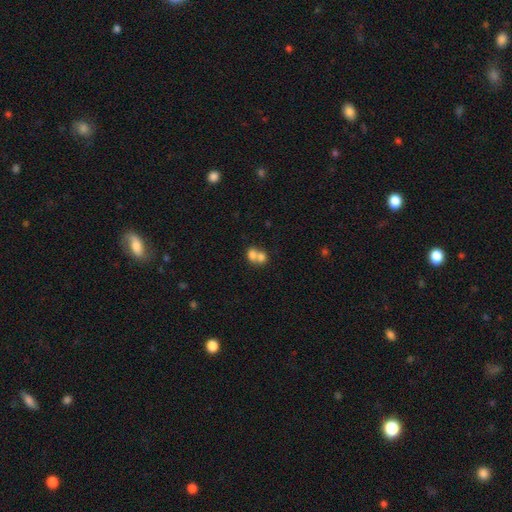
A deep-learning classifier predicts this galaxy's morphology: Q: Smooth or featured?
A: smooth (71%); runner-up: featured or disk (19%)
Q: How rounded?
A: round (51%); runner-up: in between (48%)
Q: Merging?
A: merger (73%); runner-up: none (20%)